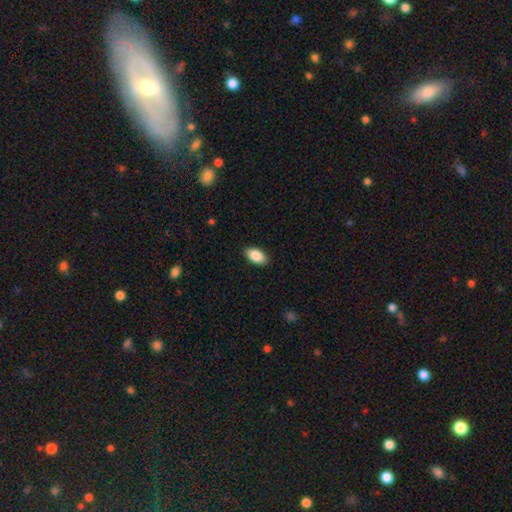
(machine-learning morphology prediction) The model was most divided on "merging": none: 88%, minor disturbance: 9%, major disturbance: 2%, merger: 1%. More confident: how rounded — in between (94%); smooth or featured — smooth (87%).